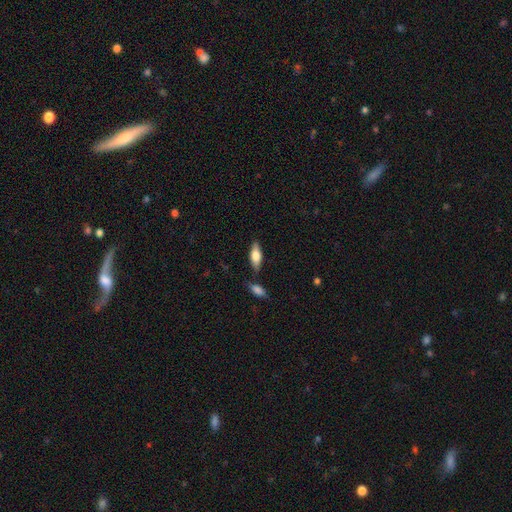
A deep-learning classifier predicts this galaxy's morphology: Overall: smooth (68%). How rounded: in between (70%). Merging: none (76%).